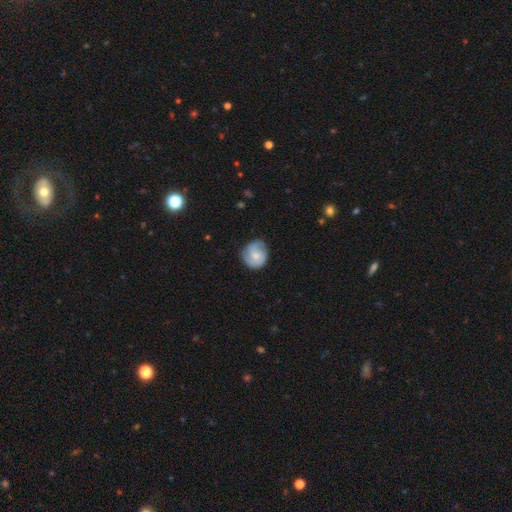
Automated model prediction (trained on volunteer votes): Q: Smooth or featured?
A: featured or disk (47%); runner-up: smooth (46%)
Q: Merging?
A: none (71%); runner-up: minor disturbance (22%)